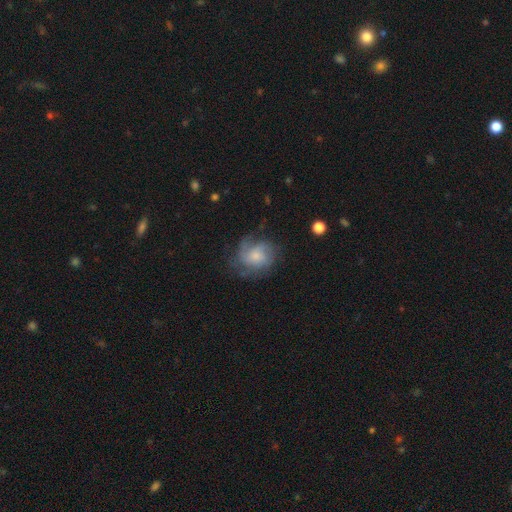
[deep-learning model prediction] The model was most divided on "spiral winding": medium: 41%, tight: 39%, loose: 20%. Remaining: edge-on disk — no (98%); spiral arms — yes (87%); bar — no (73%); smooth or featured — featured or disk (63%); merging — none (60%); bulge size — small (40%); spiral arm count — can't tell (35%).